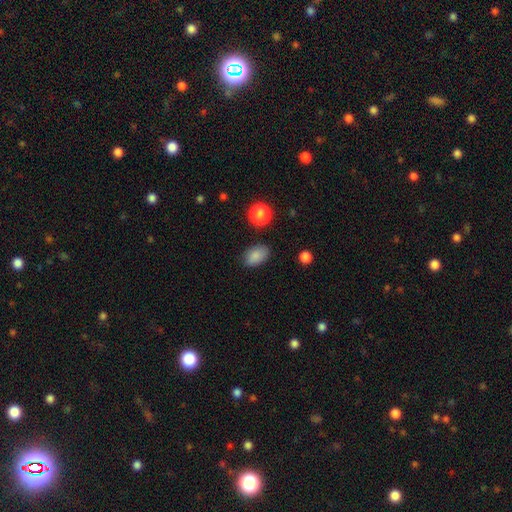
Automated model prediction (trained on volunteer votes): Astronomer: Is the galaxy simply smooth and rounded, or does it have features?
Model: smooth — 86%.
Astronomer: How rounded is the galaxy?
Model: in between — 87%.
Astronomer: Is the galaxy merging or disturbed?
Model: none — 82%.